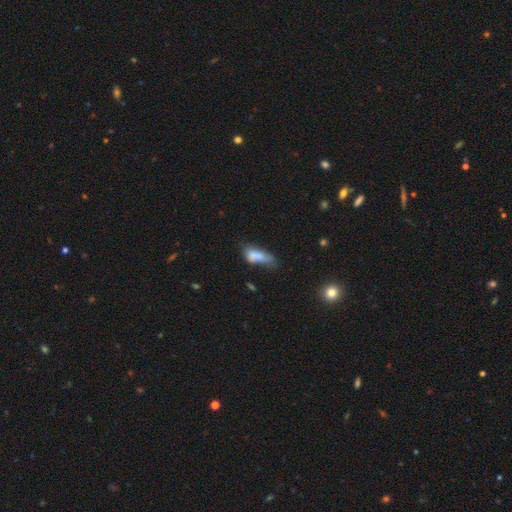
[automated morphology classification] type=smooth (73%); roundness=in between (74%); merging=minor disturbance (32%).